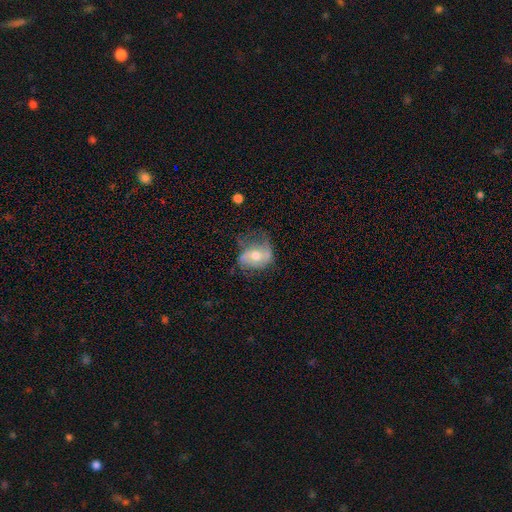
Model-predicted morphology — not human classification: type=featured or disk (63%); edge-on=no (95%); bar=no (55%); spiral arms=yes (76%); bulge=moderate (71%); merging=none (50%).